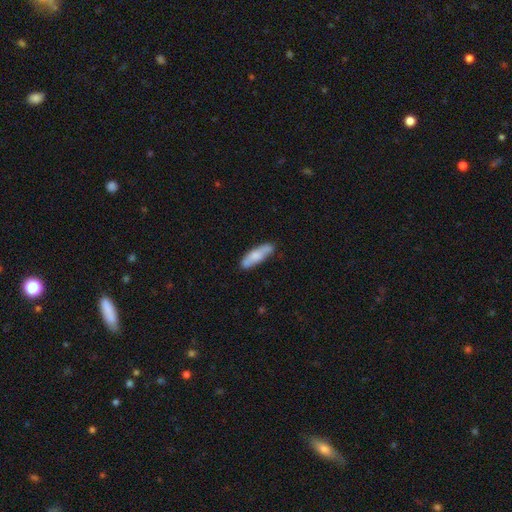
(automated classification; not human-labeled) A smooth galaxy with no disk features (69%) that is cigar-shaped (58%).

Vote fractions:
- Smooth or featured? smooth: 69% / featured or disk: 25% / star or artifact: 6%
- How rounded? cigar-shaped: 58% / in between: 40% / round: 2%
- Merging? none: 78% / minor disturbance: 17% / major disturbance: 3% / merger: 2%